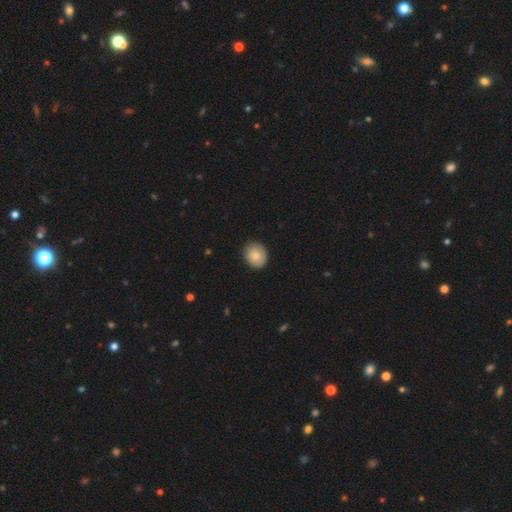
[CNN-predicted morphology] Smooth or featured? Predicted: smooth (p=0.85). How rounded? Predicted: round (p=0.63). Merging? Predicted: none (p=0.87).